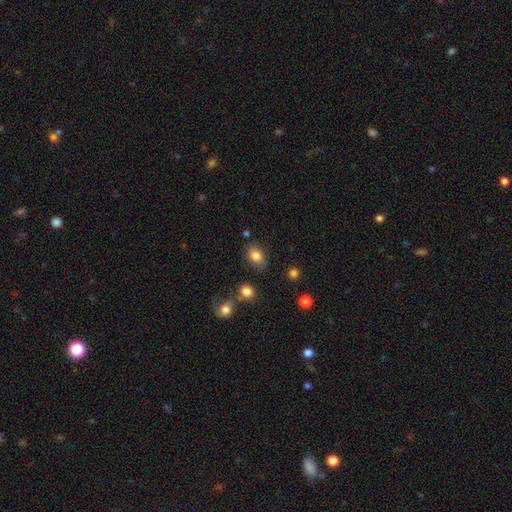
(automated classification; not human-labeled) smooth 83%, star or artifact 9%, featured or disk 8%. Down the decision tree: how rounded — in between (77%); merging — none (77%).